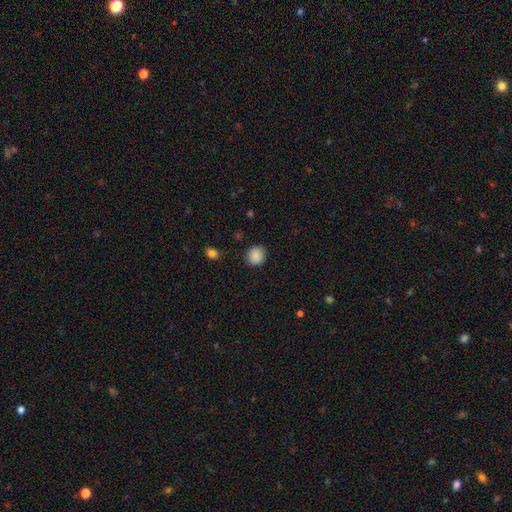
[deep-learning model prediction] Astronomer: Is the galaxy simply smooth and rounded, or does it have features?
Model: smooth — 89%.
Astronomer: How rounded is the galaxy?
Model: round — 83%.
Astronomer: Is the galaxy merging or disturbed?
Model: none — 88%.